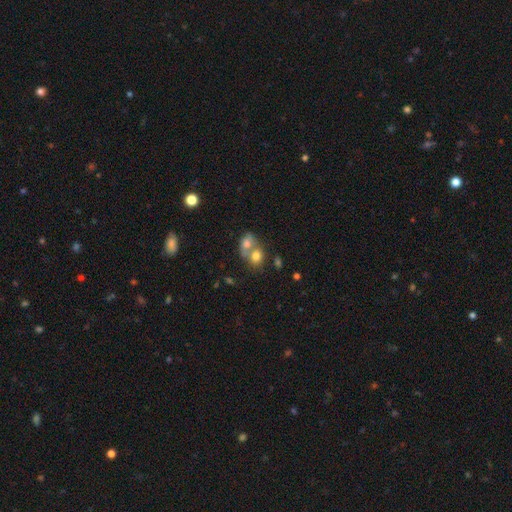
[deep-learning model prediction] smooth-or-featured: smooth: 75% | featured or disk: 15% | star or artifact: 10%
  how-rounded: in between: 52% | round: 47% | cigar-shaped: 1%
  merging: merger: 67% | none: 23% | minor disturbance: 7% | major disturbance: 4%